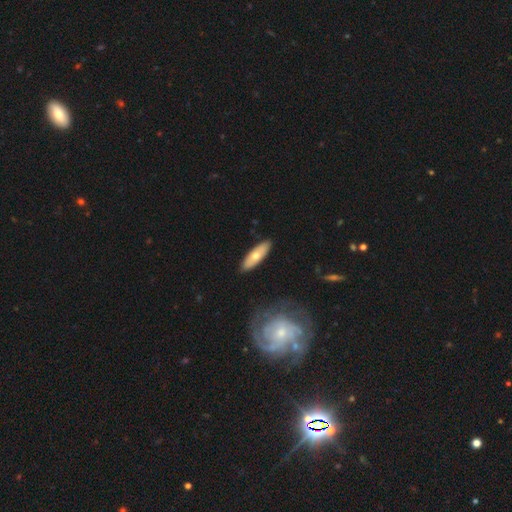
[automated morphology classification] Overall: smooth (62%; featured or disk 33%). How rounded: in between (58%; cigar-shaped 40%). Merging: none (88%).